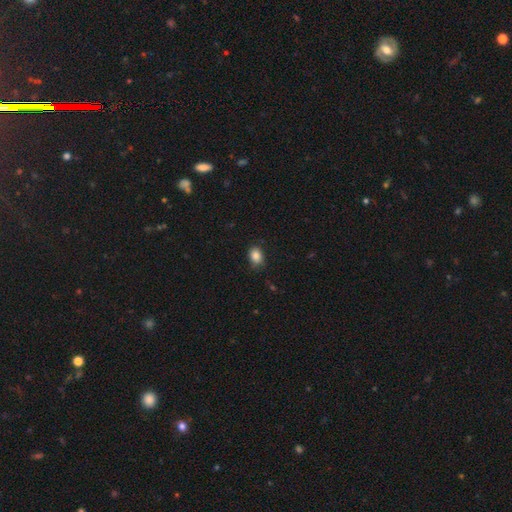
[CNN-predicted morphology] smooth_or_featured: smooth (p=0.86) [alt: star or artifact p=0.09]
how_rounded: in between (p=0.67) [alt: round p=0.32]
merging: none (p=0.77) [alt: minor disturbance p=0.18]